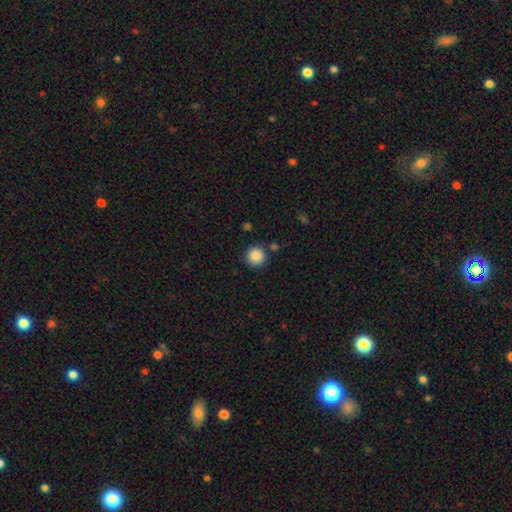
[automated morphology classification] type=smooth (88%); roundness=round (94%); merging=none (85%).